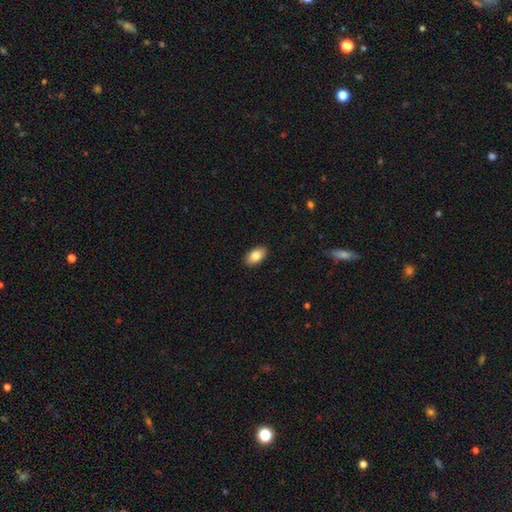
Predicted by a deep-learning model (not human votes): Smooth or featured? Predicted: smooth (p=0.84). How rounded? Predicted: in between (p=0.94). Merging? Predicted: none (p=0.90).